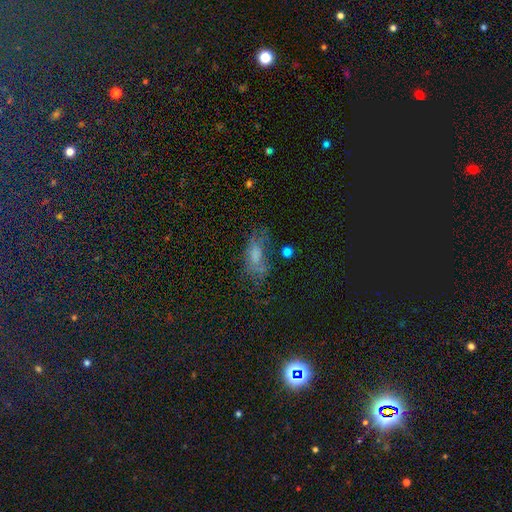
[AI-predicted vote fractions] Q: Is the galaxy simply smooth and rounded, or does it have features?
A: smooth — 45%.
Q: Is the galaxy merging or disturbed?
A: none — 49%.